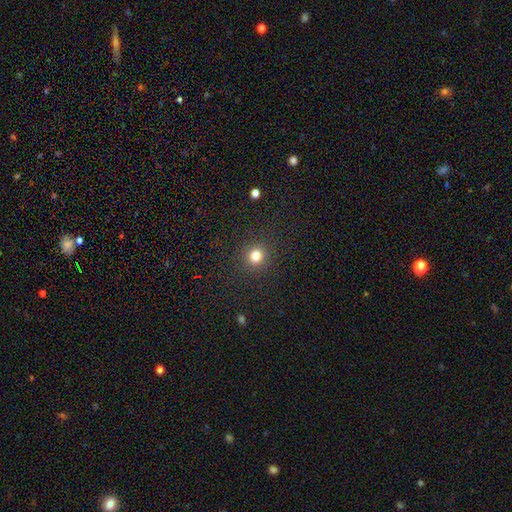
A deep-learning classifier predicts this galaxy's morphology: Smooth or featured?
  - smooth: 81% *
  - star or artifact: 14%
  - featured or disk: 5%
How rounded?
  - round: 91% *
  - in between: 8%
  - cigar-shaped: 1%
Merging?
  - none: 90% *
  - minor disturbance: 6%
  - major disturbance: 3%
  - merger: 1%